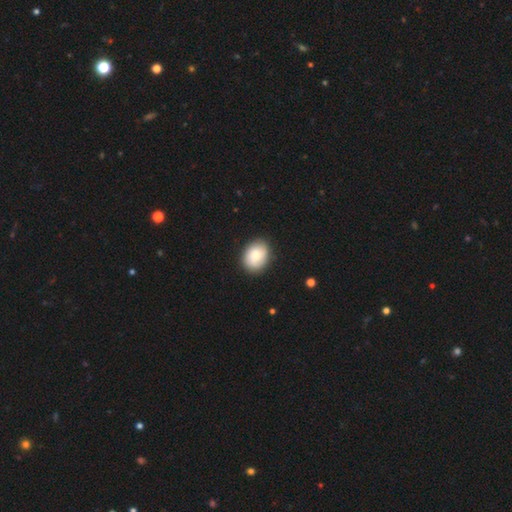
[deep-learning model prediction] This is likely a smooth galaxy (78%). How rounded: likely in between (62%). Merging: clearly none (87%).